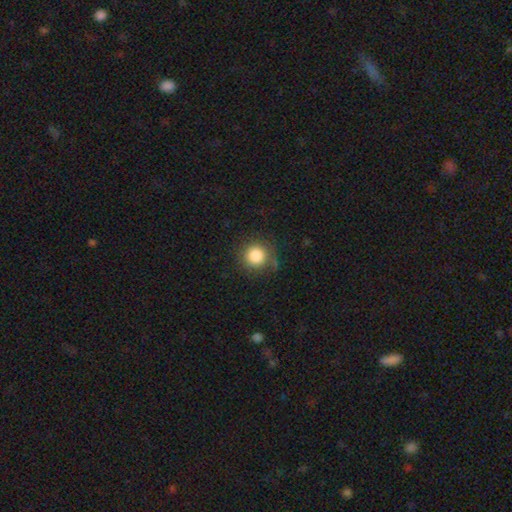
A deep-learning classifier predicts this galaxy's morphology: type=smooth (84%); roundness=round (94%); merging=none (80%).